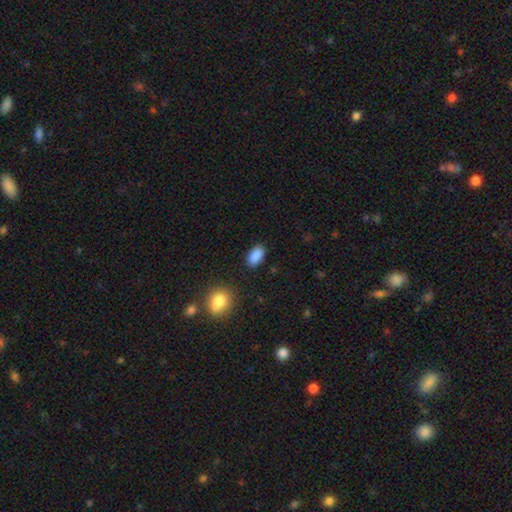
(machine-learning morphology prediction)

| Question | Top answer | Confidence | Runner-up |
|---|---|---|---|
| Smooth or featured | smooth | 89% | star or artifact (8%) |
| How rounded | in between | 92% | round (5%) |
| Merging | none | 86% | minor disturbance (10%) |